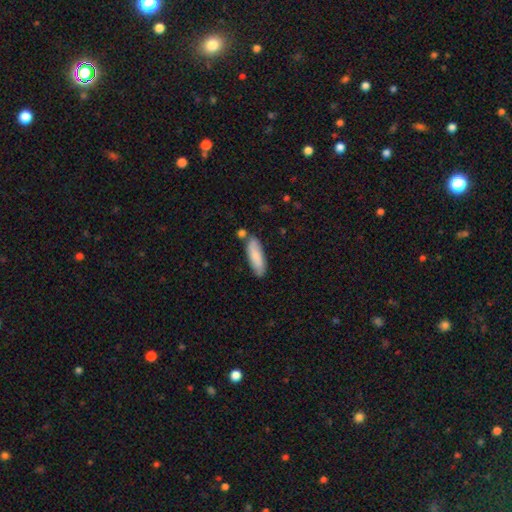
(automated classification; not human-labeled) smooth_or_featured: smooth (p=0.79) [alt: featured or disk p=0.16]
how_rounded: in between (p=0.51) [alt: cigar-shaped p=0.48]
merging: none (p=0.72) [alt: minor disturbance p=0.15]